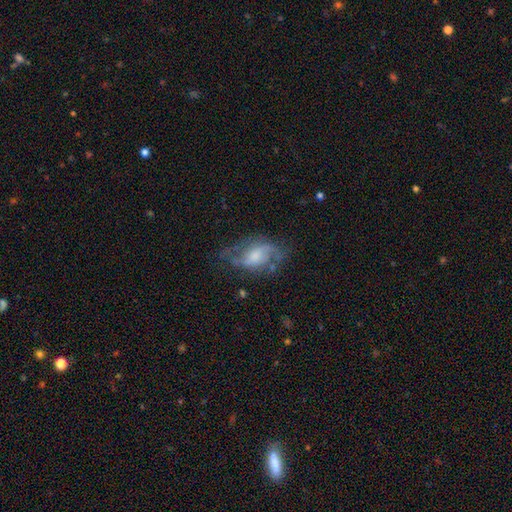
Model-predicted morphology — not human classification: Smooth or featured: featured or disk — 67% (smooth — 25%)
Edge-on disk: no — 95% (yes — 5%)
Bar: no — 47% (weak — 42%)
Spiral arms: yes — 80% (no — 20%)
Spiral winding: loose — 47% (medium — 40%)
Spiral arm count: 2 — 74% (can't tell — 14%)
Bulge size: moderate — 37% (small — 31%)
Merging: none — 49% (minor disturbance — 25%)